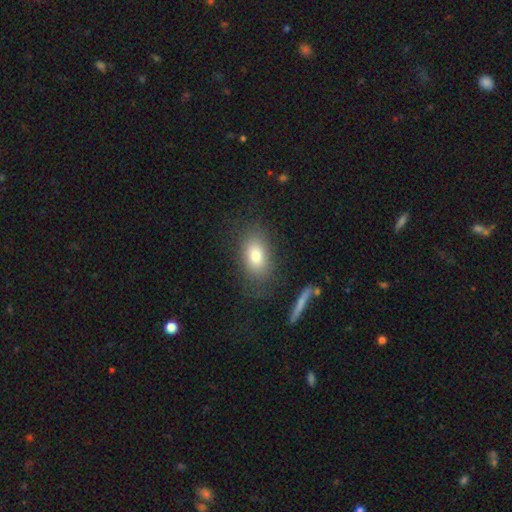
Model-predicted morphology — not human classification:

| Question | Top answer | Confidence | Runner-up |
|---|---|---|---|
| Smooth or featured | smooth | 78% | featured or disk (13%) |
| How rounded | in between | 85% | round (12%) |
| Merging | none | 77% | minor disturbance (13%) |